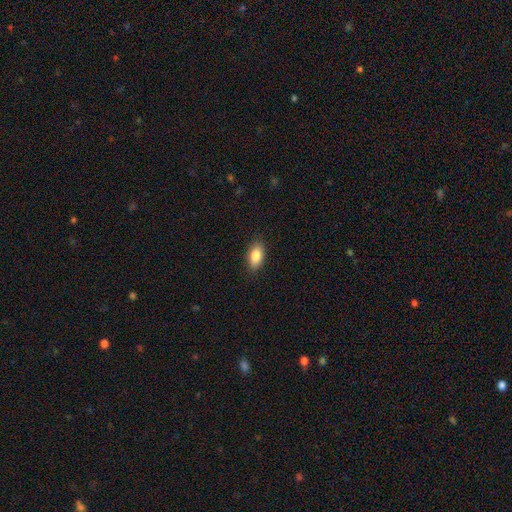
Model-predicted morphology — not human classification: Q: Smooth or featured?
A: smooth (86%); runner-up: featured or disk (7%)
Q: How rounded?
A: in between (91%); runner-up: cigar-shaped (5%)
Q: Merging?
A: none (87%); runner-up: minor disturbance (9%)